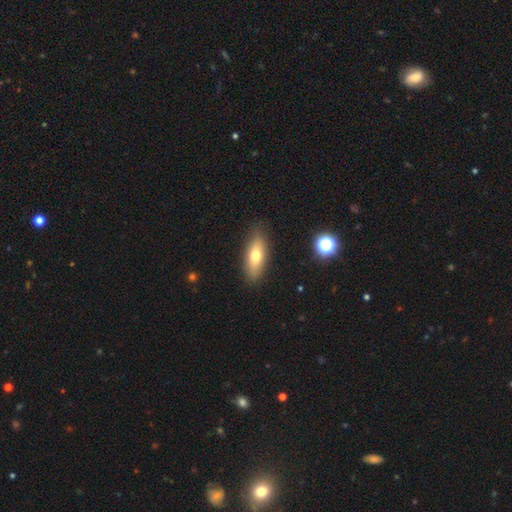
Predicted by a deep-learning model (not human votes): Smooth or featured?
  - smooth: 69% *
  - featured or disk: 24%
  - star or artifact: 8%
How rounded?
  - in between: 71% *
  - cigar-shaped: 26%
  - round: 4%
Merging?
  - none: 85% *
  - minor disturbance: 11%
  - major disturbance: 3%
  - merger: 1%